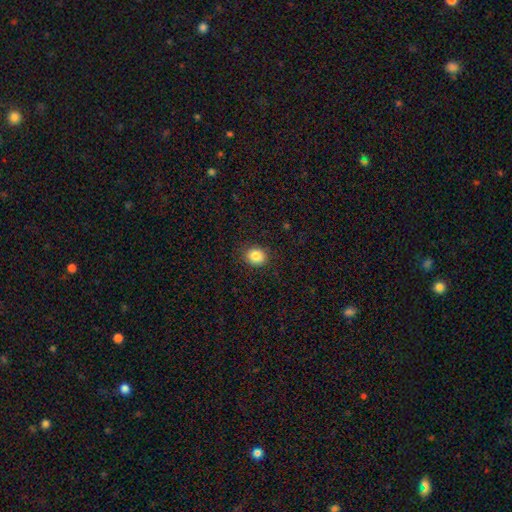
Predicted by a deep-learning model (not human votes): Smooth or featured: smooth — 84% (star or artifact — 10%)
How rounded: round — 69% (in between — 30%)
Merging: none — 88% (minor disturbance — 8%)